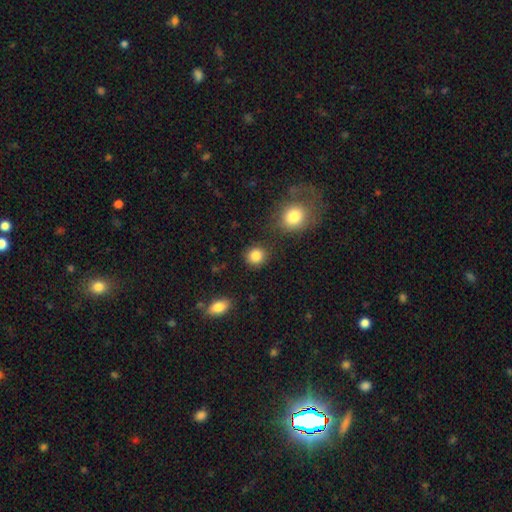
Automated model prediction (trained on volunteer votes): A smooth galaxy with no disk features (86%) that is round (87%).

Vote fractions:
- Smooth or featured? smooth: 86% / star or artifact: 10% / featured or disk: 4%
- How rounded? round: 87% / in between: 12% / cigar-shaped: 1%
- Merging? none: 85% / minor disturbance: 8% / merger: 4% / major disturbance: 3%